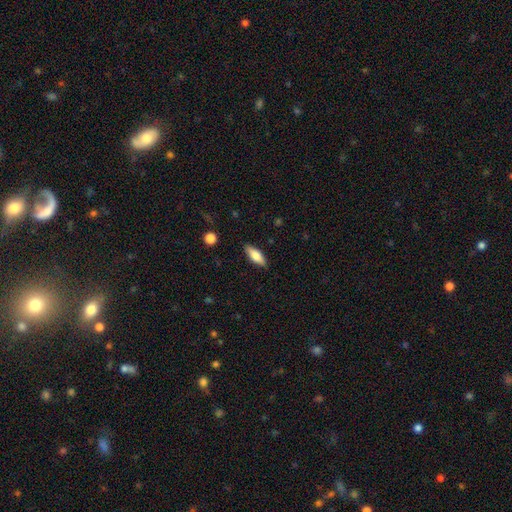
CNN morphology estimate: smooth 72%, featured or disk 22%, star or artifact 6%. Down the decision tree: how rounded — in between (65%); merging — none (87%).